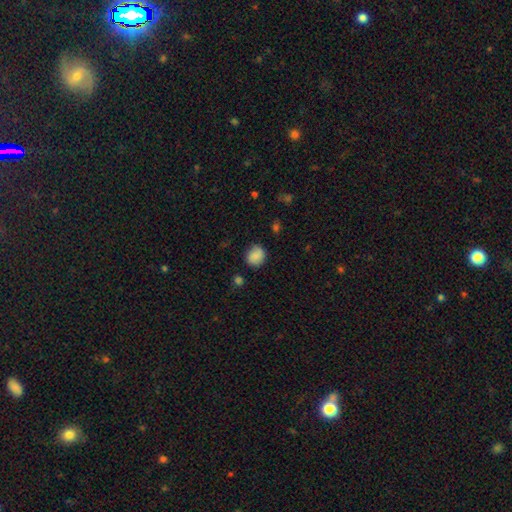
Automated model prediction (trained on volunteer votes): The model was most divided on "how rounded": round: 75%, in between: 24%, cigar-shaped: 1%. More confident: smooth or featured — smooth (82%); merging — none (81%).